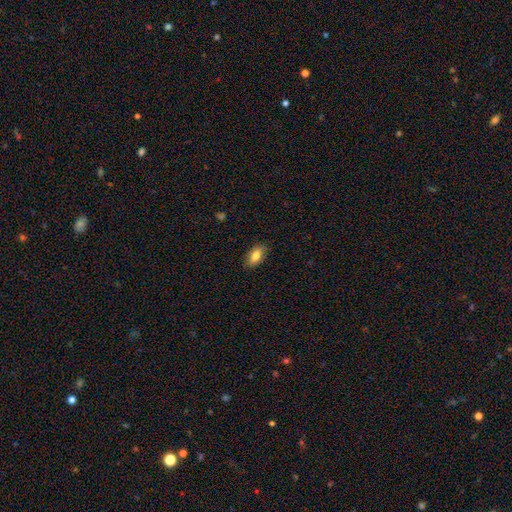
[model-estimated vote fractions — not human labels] Overall: smooth (77%). How rounded: in between (87%). Merging: none (86%).